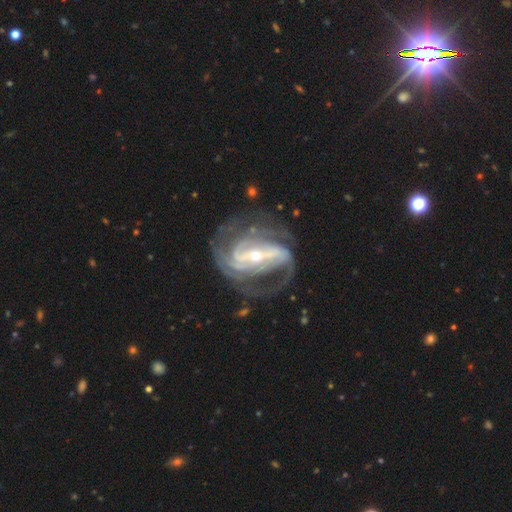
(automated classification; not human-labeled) Smooth or featured?
  - featured or disk: 92% *
  - star or artifact: 5%
  - smooth: 3%
Edge-on disk?
  - no: 96% *
  - yes: 4%
Bar?
  - strong: 68% *
  - weak: 23%
  - no: 10%
Spiral arms?
  - yes: 97% *
  - no: 3%
Spiral winding?
  - medium: 44% *
  - tight: 41%
  - loose: 14%
Spiral arm count?
  - 2: 39% *
  - 3: 23%
  - can't tell: 16%
  - 4: 12%
  - more than 4: 6%
  - 1: 5%
Bulge size?
  - small: 68% *
  - moderate: 28%
  - large: 2%
  - none: 1%
  - dominant: 1%
Merging?
  - none: 63% *
  - major disturbance: 18%
  - minor disturbance: 17%
  - merger: 2%